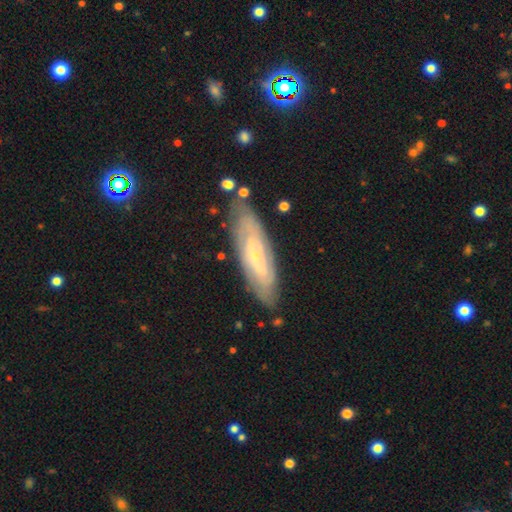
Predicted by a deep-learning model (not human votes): This is likely a featured or disk galaxy (71%). It is likely not viewed edge-on (79%). Bar: likely no (68%). Spiral arm pattern: clearly yes (83%). Central bulge: clearly small (83%). Merging: likely none (79%).